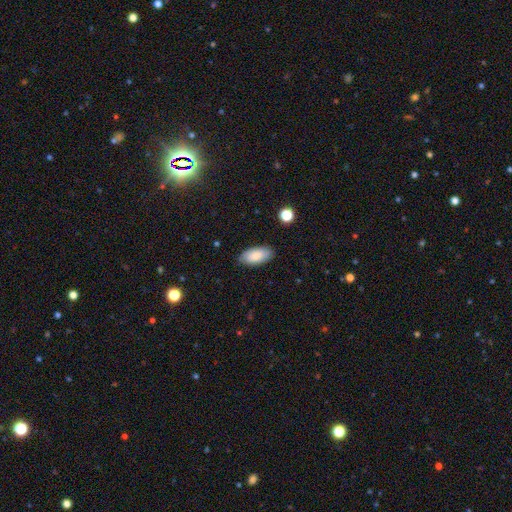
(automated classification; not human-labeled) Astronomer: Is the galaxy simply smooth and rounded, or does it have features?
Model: smooth — 86%.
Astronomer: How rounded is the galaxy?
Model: in between — 92%.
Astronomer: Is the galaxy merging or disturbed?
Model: none — 86%.